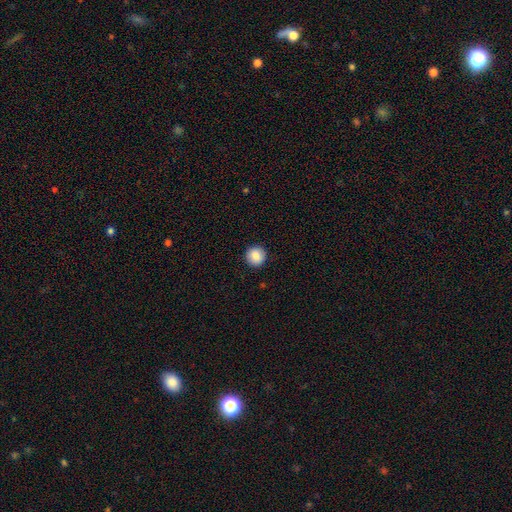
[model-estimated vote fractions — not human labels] Smooth or featured: smooth — 87% (star or artifact — 8%)
How rounded: round — 94% (in between — 5%)
Merging: none — 92% (minor disturbance — 5%)